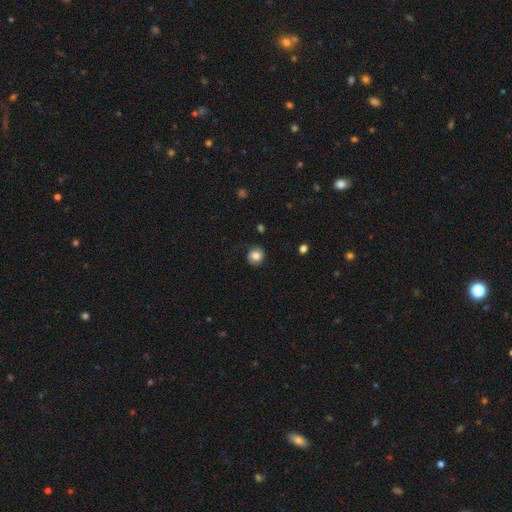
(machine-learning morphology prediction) Q: Smooth or featured?
A: smooth (81%); runner-up: featured or disk (10%)
Q: How rounded?
A: round (86%); runner-up: in between (13%)
Q: Merging?
A: none (81%); runner-up: minor disturbance (14%)